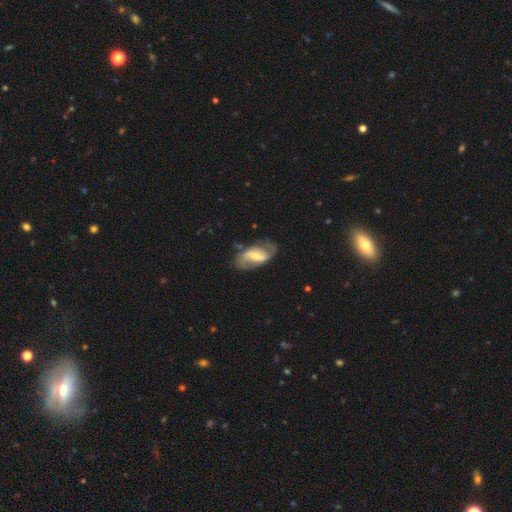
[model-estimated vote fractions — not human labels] Morphology: type=featured or disk (73%); edge-on=no (95%); bar=weak (46%); spiral arms=yes (88%); winding=loose (42%, tied with medium); arm count=2 (85%); bulge=small (47%); merging=none (67%).